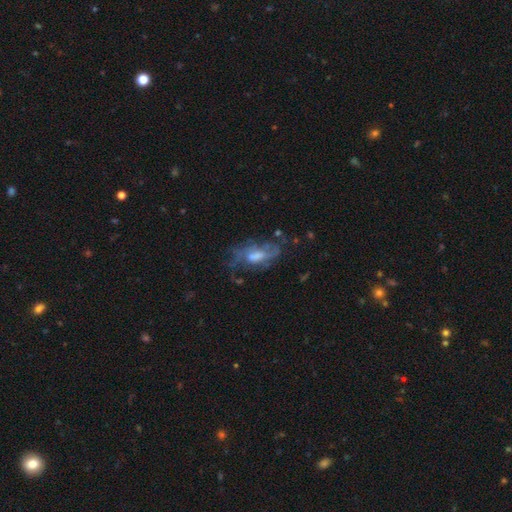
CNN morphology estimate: smooth-or-featured: featured or disk: 60% | smooth: 29% | star or artifact: 11%
  disk-edge-on: no: 88% | yes: 12%
    bar: no: 53% | weak: 37% | strong: 10%
    has-spiral-arms: yes: 59% | no: 41%
    bulge-size: moderate: 48% | small: 20% | large: 17% | none: 13% | dominant: 2%
  merging: none: 52% | minor disturbance: 24% | major disturbance: 21% | merger: 3%